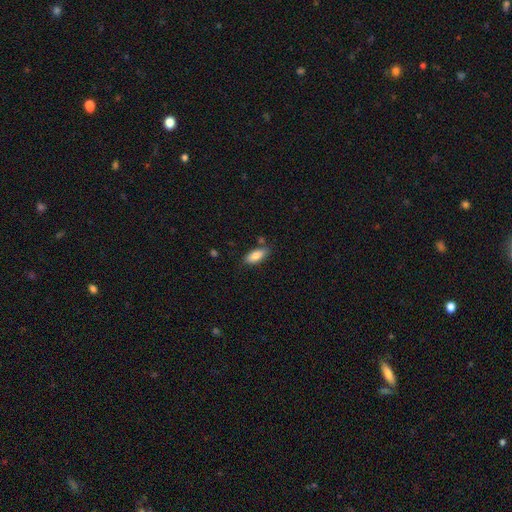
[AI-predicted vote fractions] This is clearly a smooth galaxy (85%). How rounded: clearly in between (84%). Merging: likely none (76%).